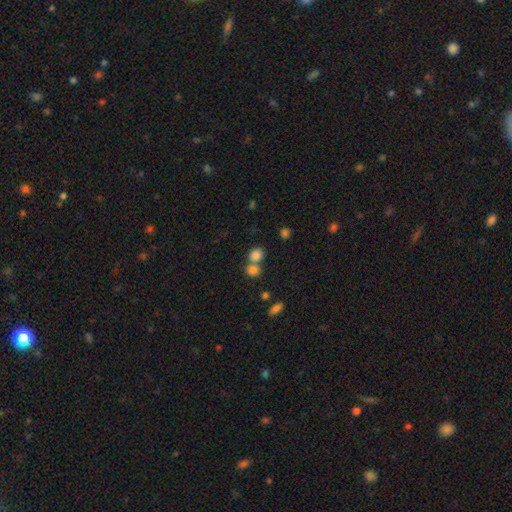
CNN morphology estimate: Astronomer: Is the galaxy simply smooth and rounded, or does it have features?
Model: smooth — 82%.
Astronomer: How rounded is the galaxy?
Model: round — 73%.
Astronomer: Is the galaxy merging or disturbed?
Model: merger — 45%, tied with none at 45%.